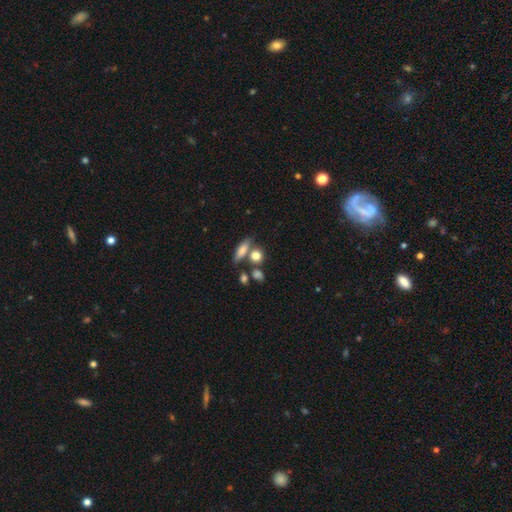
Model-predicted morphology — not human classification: A smooth galaxy with no disk features (78%) that is round (54%).

Vote fractions:
- Smooth or featured? smooth: 78% / featured or disk: 11% / star or artifact: 11%
- How rounded? round: 54% / in between: 36% / cigar-shaped: 10%
- Merging? none: 55% / merger: 27% / minor disturbance: 12% / major disturbance: 5%